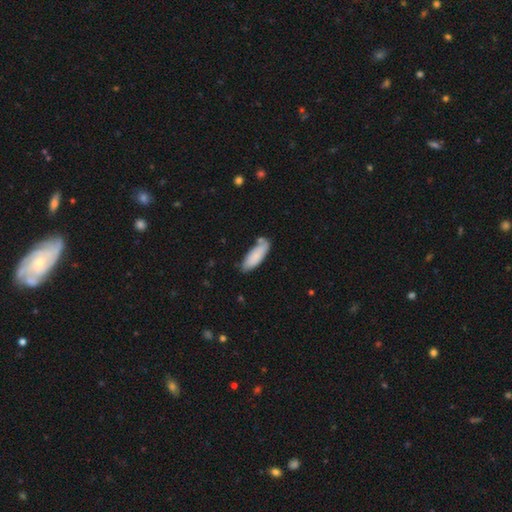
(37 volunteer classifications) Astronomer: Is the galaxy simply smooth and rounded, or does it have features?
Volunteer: smooth — 76%.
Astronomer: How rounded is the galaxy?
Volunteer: in between — 79%.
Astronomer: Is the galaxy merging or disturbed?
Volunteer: none — 60%.